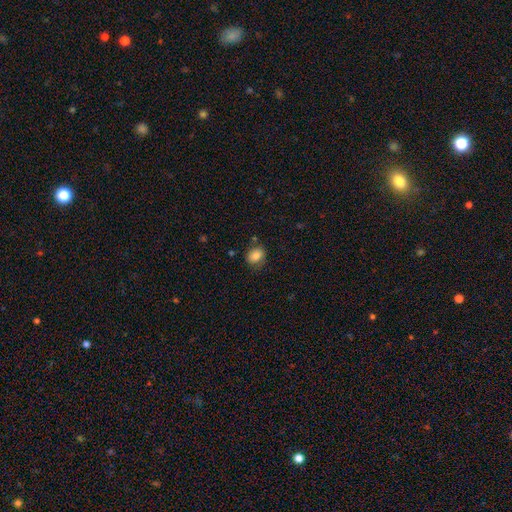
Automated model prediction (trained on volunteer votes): The model was most divided on "how rounded": round: 54%, in between: 45%, cigar-shaped: 1%. More confident: smooth or featured — smooth (83%); merging — none (77%).